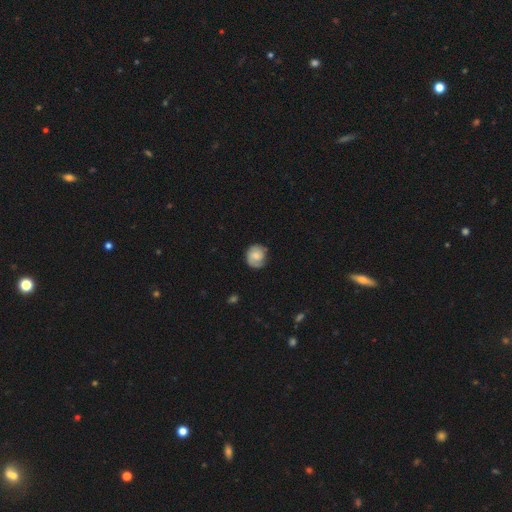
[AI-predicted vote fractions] Smooth or featured? smooth (56%)
How rounded? round (80%)
Merging? none (71%)